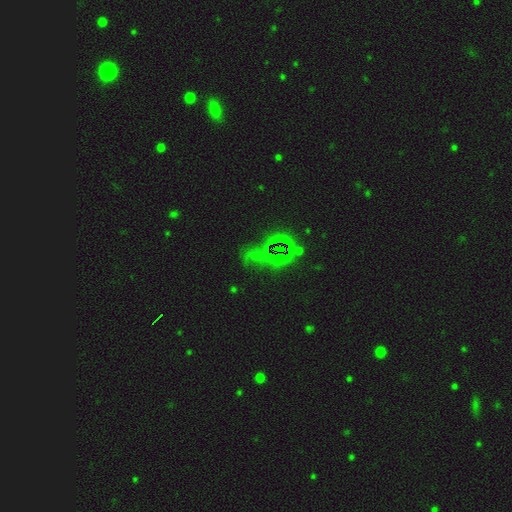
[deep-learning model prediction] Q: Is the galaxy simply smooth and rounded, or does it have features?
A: star or artifact — 65%.